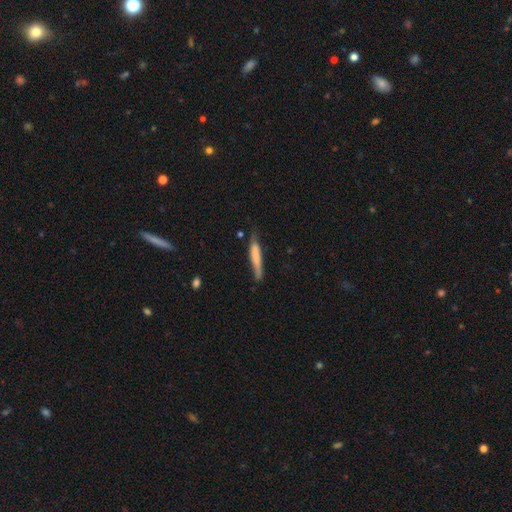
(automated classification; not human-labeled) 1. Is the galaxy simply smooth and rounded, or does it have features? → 67% smooth, 27% featured or disk, 6% star or artifact.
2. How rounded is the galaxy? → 91% cigar-shaped, 7% in between, 1% round.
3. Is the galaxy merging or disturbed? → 57% none, 31% minor disturbance, 8% major disturbance, 3% merger.